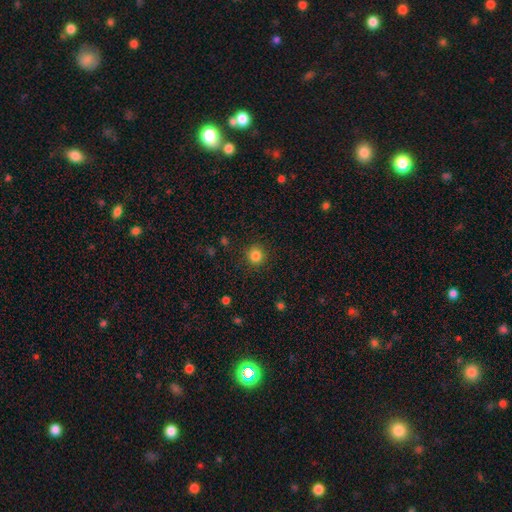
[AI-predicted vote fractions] A smooth galaxy with no disk features (84%) that is round (91%). Merging: none (89%).